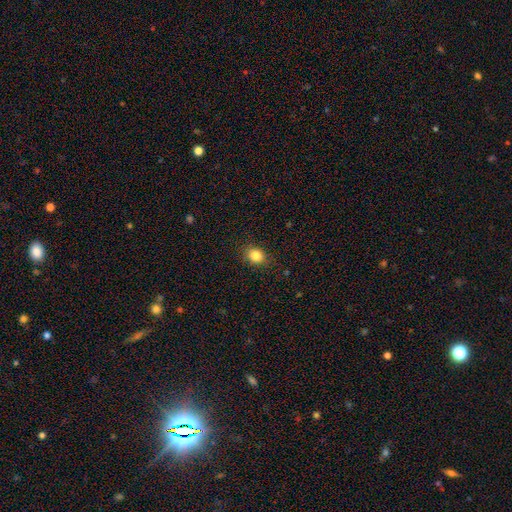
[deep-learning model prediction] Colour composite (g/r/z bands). It shows a smooth galaxy with no disk features (84%) that is round (57%). Merging: none (86%).